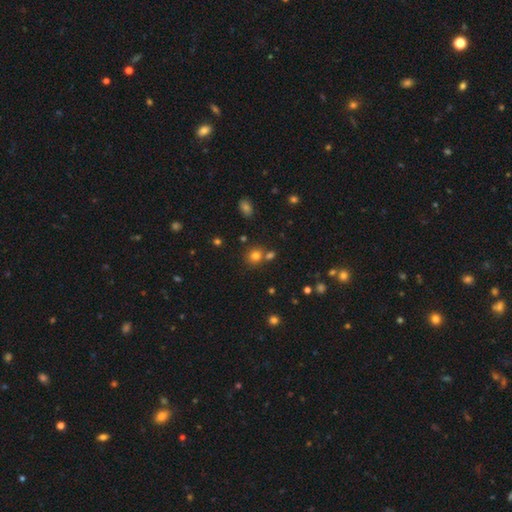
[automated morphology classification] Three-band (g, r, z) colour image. It shows a smooth galaxy with no disk features (77%) that is round (85%). Merging: none (69%).